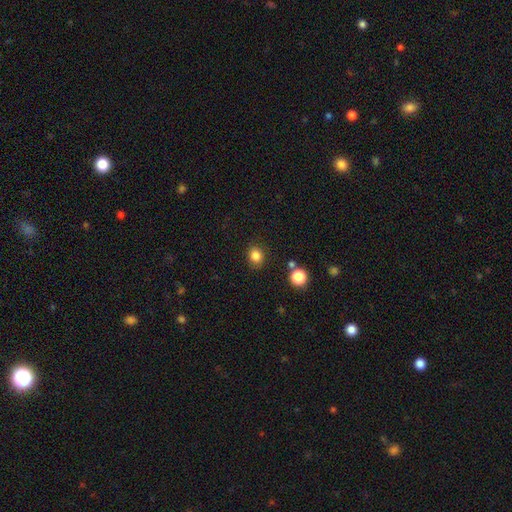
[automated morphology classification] smooth_or_featured: smooth (p=0.84) [alt: star or artifact p=0.11]
how_rounded: round (p=0.61) [alt: in between p=0.39]
merging: none (p=0.83) [alt: minor disturbance p=0.11]